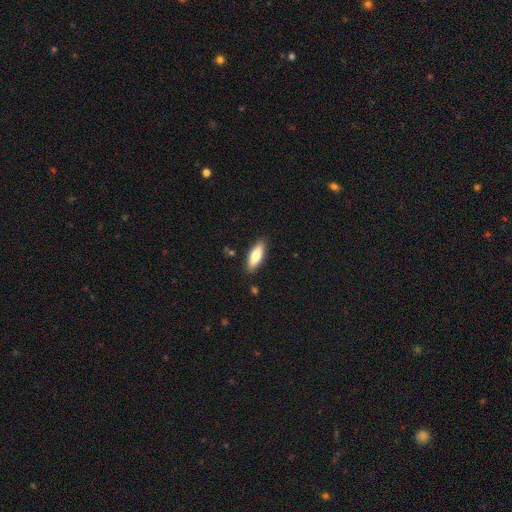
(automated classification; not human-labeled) This is likely a smooth galaxy (72%). How rounded: likely in between (61%). Merging: clearly none (87%).